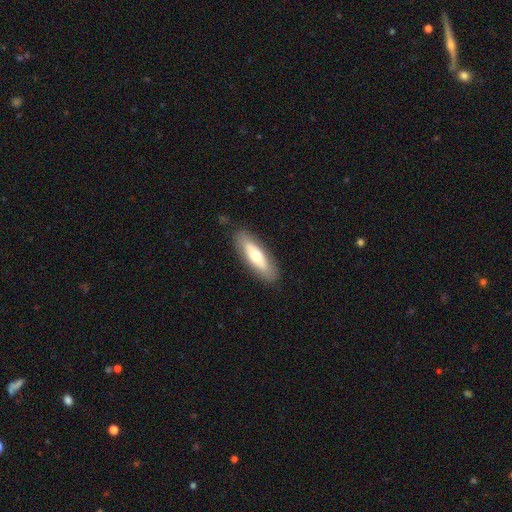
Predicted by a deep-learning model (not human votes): A smooth galaxy with no disk features (58%) that is in between round and cigar-shaped (51%). Merging: none (86%).